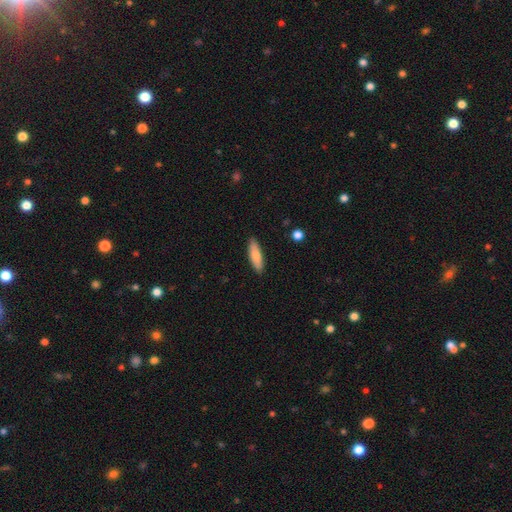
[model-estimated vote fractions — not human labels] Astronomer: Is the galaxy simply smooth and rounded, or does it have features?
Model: smooth — 78%.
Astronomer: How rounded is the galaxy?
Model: cigar-shaped — 57% (runner-up: in between, 42%).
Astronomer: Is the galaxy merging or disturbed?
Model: none — 88%.